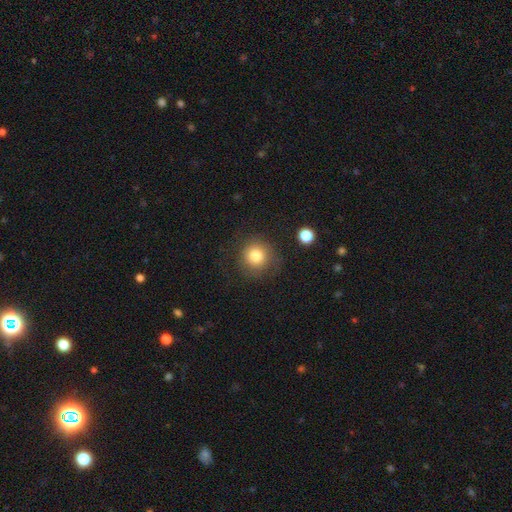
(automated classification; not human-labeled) Smooth or featured?
  - smooth: 82% *
  - star or artifact: 11%
  - featured or disk: 8%
How rounded?
  - round: 91% *
  - in between: 8%
  - cigar-shaped: 1%
Merging?
  - none: 79% *
  - minor disturbance: 13%
  - major disturbance: 6%
  - merger: 2%